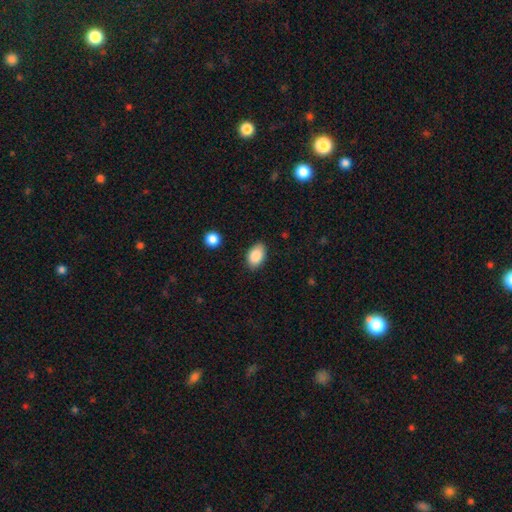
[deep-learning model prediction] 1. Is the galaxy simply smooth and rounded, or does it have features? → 87% smooth, 7% star or artifact, 5% featured or disk.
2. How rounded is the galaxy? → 90% in between, 8% round, 1% cigar-shaped.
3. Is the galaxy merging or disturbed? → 86% none, 11% minor disturbance, 2% major disturbance, 1% merger.